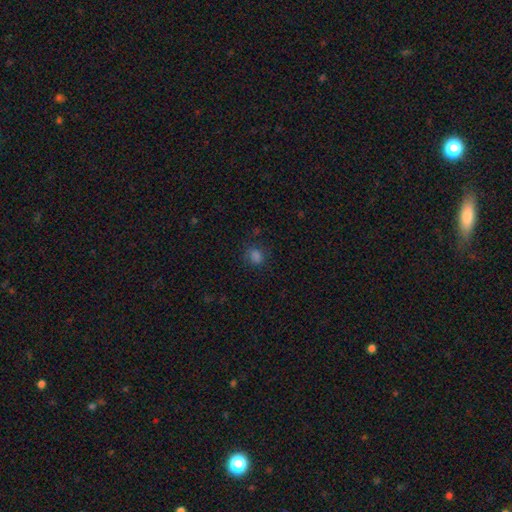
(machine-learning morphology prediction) smooth-or-featured: smooth: 75% | star or artifact: 20% | featured or disk: 5%
  how-rounded: round: 60% | in between: 39% | cigar-shaped: 1%
  merging: none: 77% | minor disturbance: 15% | major disturbance: 5% | merger: 2%